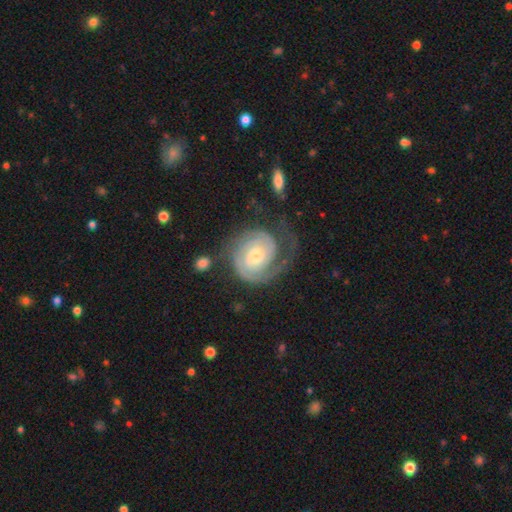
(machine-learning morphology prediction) This is clearly a featured or disk galaxy (87%). It is clearly not viewed edge-on (98%). Bar: likely no (67%). Spiral arm pattern: clearly yes (96%). Spiral arm count: possibly 2 (54%). Spiral winding: likely tight (66%). Central bulge: possibly moderate (51%). Merging: possibly none (60%).